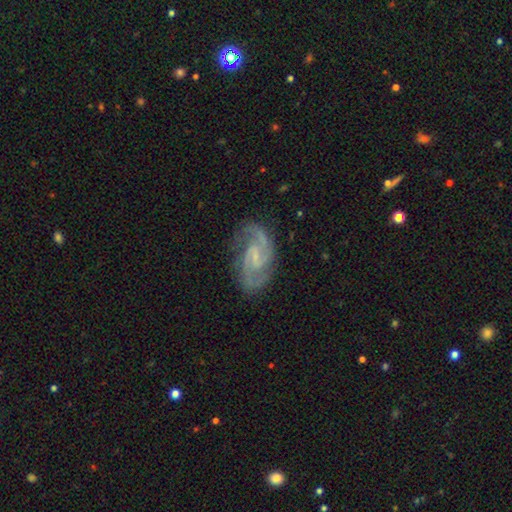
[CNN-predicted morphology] Smooth or featured?
  - featured or disk: 89% *
  - smooth: 6%
  - star or artifact: 5%
Edge-on disk?
  - no: 97% *
  - yes: 3%
Bar?
  - weak: 53% *
  - no: 33%
  - strong: 14%
Spiral arms?
  - yes: 98% *
  - no: 2%
Spiral winding?
  - medium: 57% *
  - tight: 28%
  - loose: 15%
Spiral arm count?
  - 2: 87% *
  - 3: 5%
  - can't tell: 4%
  - 1: 2%
  - 4: 1%
  - more than 4: 1%
Bulge size?
  - small: 51% *
  - none: 31%
  - moderate: 16%
  - large: 1%
  - dominant: 1%
Merging?
  - none: 76% *
  - minor disturbance: 16%
  - major disturbance: 6%
  - merger: 2%